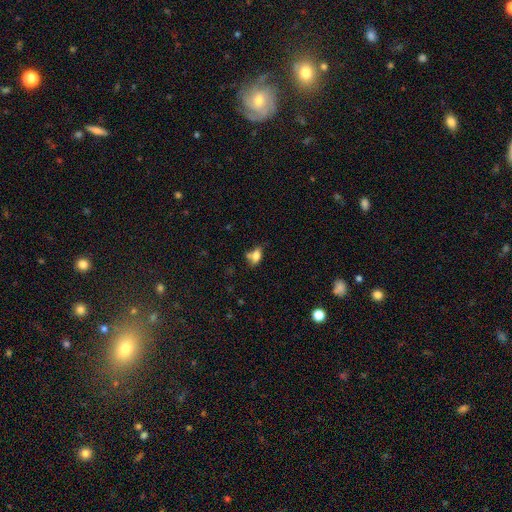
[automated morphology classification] Smooth or featured?
  - smooth: 72% *
  - featured or disk: 17%
  - star or artifact: 11%
How rounded?
  - in between: 82% *
  - round: 12%
  - cigar-shaped: 6%
Merging?
  - none: 45% *
  - merger: 23%
  - minor disturbance: 22%
  - major disturbance: 10%